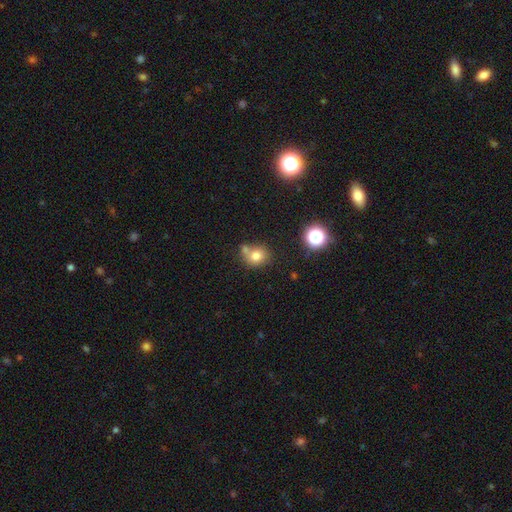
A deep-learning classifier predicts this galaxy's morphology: Smooth or featured? smooth (76%)
How rounded? round (74%)
Merging? none (50%)